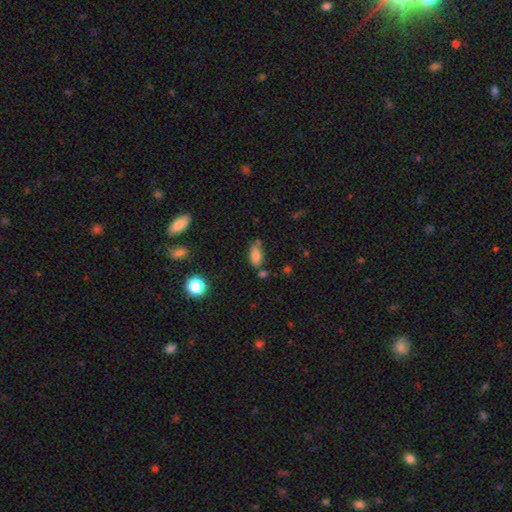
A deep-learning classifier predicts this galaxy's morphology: Smooth or featured: smooth — 79% (star or artifact — 11%)
How rounded: in between — 86% (cigar-shaped — 9%)
Merging: none — 57% (minor disturbance — 23%)